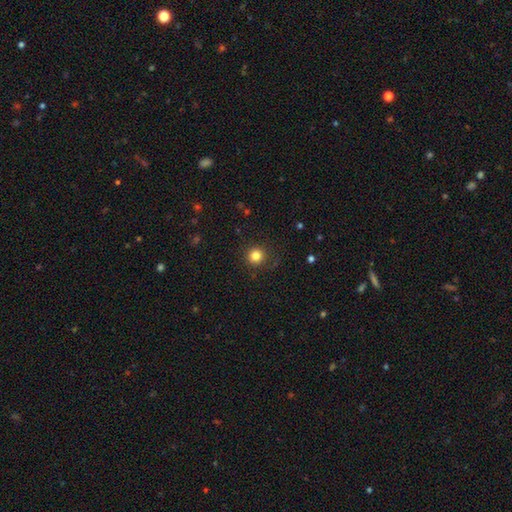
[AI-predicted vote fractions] Q: Smooth or featured?
A: smooth (83%); runner-up: star or artifact (13%)
Q: How rounded?
A: round (94%); runner-up: in between (5%)
Q: Merging?
A: none (90%); runner-up: minor disturbance (7%)